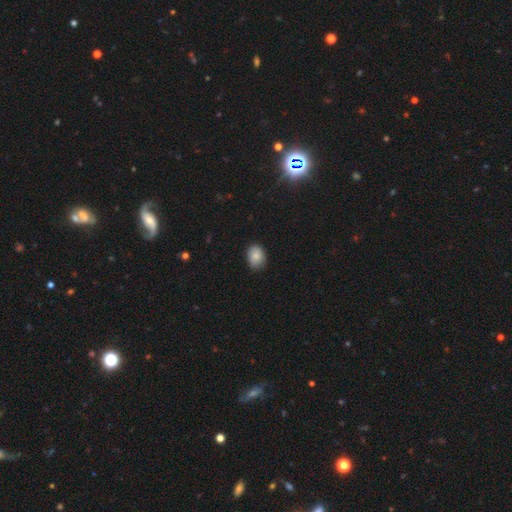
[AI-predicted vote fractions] smooth_or_featured: smooth (p=0.83) [alt: featured or disk p=0.09]
how_rounded: in between (p=0.69) [alt: round p=0.30]
merging: none (p=0.78) [alt: minor disturbance p=0.19]